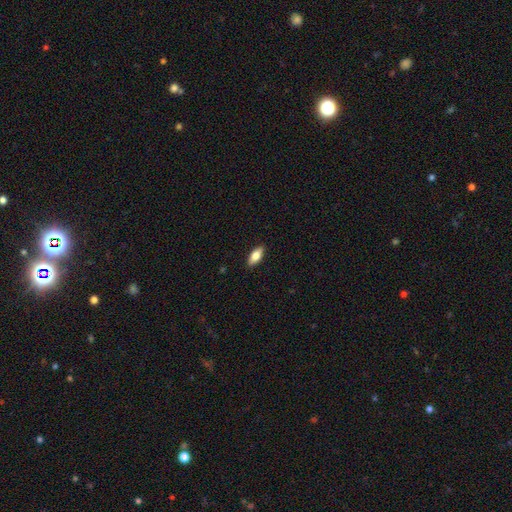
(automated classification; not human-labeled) Morphology: type=smooth (74%); roundness=in between (82%); merging=none (89%).